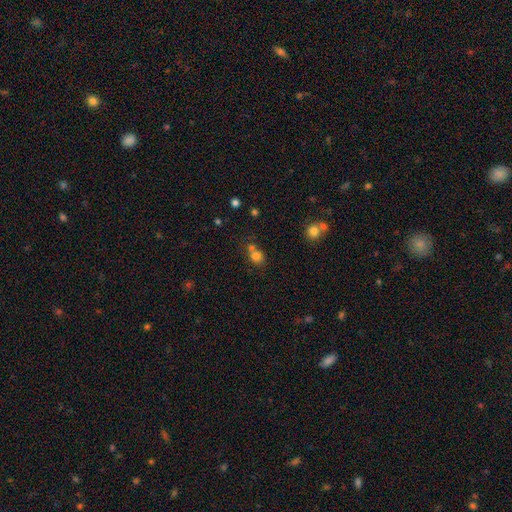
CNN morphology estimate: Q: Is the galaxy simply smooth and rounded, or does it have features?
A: smooth — 76%.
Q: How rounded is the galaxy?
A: round — 74%.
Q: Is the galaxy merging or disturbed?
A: none — 45%.